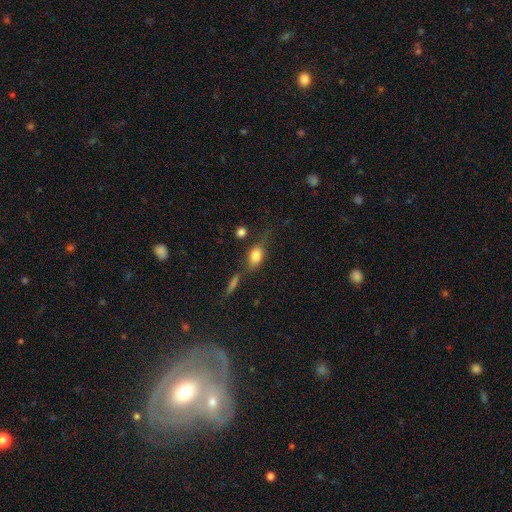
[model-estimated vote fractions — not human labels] smooth-or-featured: smooth: 76% | featured or disk: 15% | star or artifact: 10%
  how-rounded: in between: 72% | round: 21% | cigar-shaped: 7%
  merging: none: 58% | minor disturbance: 20% | merger: 11% | major disturbance: 10%